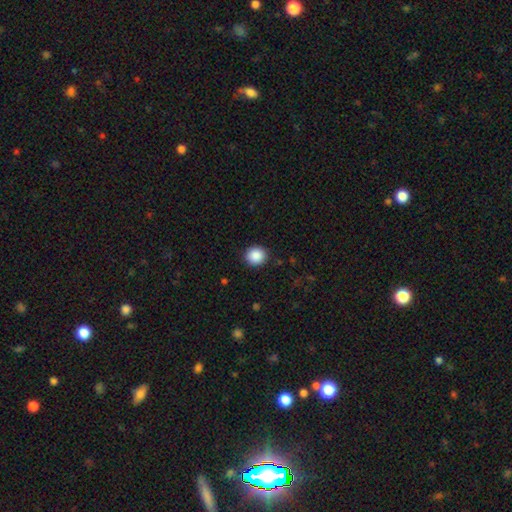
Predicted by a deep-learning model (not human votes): Smooth or featured? Predicted: smooth (p=0.88). How rounded? Predicted: round (p=0.90). Merging? Predicted: none (p=0.91).